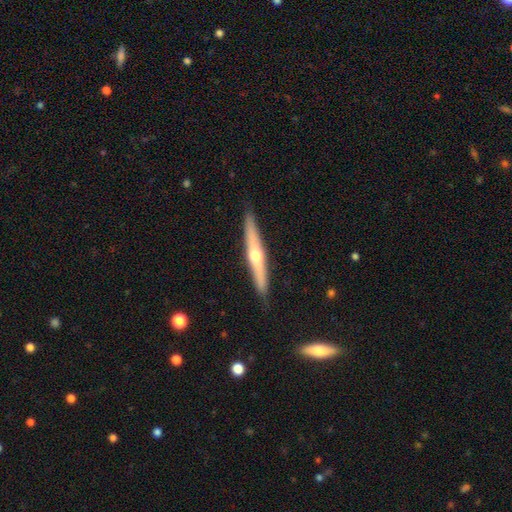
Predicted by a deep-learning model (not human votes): This is likely a featured or disk galaxy (63%). It is clearly viewed edge-on (95%). Edge-on bulge: clearly rounded (89%). Merging: clearly none (89%).